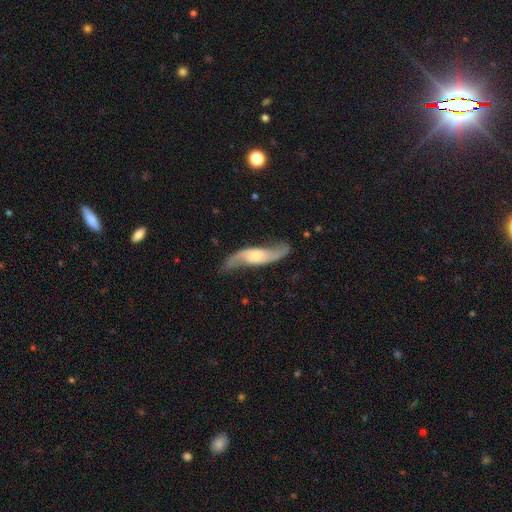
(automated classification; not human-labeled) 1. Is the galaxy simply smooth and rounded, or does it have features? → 85% featured or disk, 11% smooth, 5% star or artifact.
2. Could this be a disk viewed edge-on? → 89% no, 11% yes.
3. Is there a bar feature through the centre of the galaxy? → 56% no, 32% weak, 12% strong.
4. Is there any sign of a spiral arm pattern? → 96% yes, 4% no.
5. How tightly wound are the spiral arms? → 79% loose, 16% medium, 5% tight.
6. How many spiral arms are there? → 93% 2, 2% can't tell, 2% 1, 1% 3, 1% 4, 1% more than 4.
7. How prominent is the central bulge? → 56% small, 33% moderate, 6% none, 4% large, 2% dominant.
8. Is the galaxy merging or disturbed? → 74% none, 16% minor disturbance, 7% major disturbance, 2% merger.